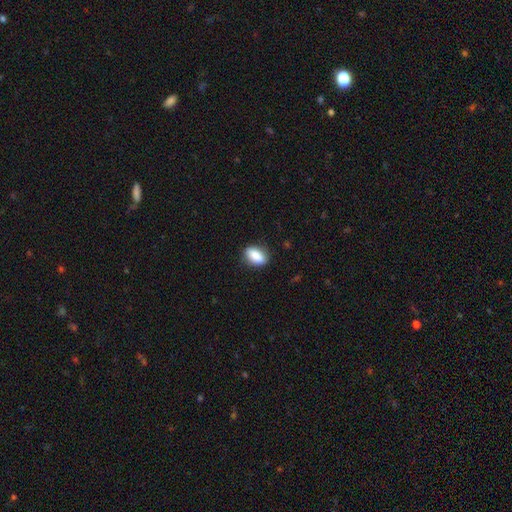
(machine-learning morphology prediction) The model was most divided on "merging": none: 84%, minor disturbance: 12%, major disturbance: 3%, merger: 1%. More confident: smooth or featured — smooth (86%); how rounded — in between (85%).